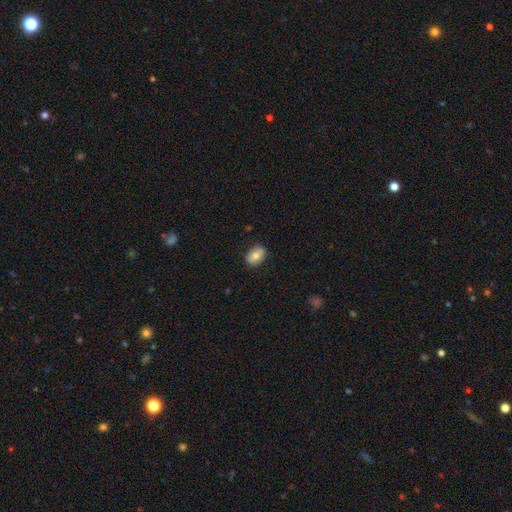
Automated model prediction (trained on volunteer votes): smooth_or_featured: smooth (p=0.74) [alt: featured or disk p=0.18]
how_rounded: in between (p=0.78) [alt: round p=0.21]
merging: none (p=0.84) [alt: minor disturbance p=0.13]